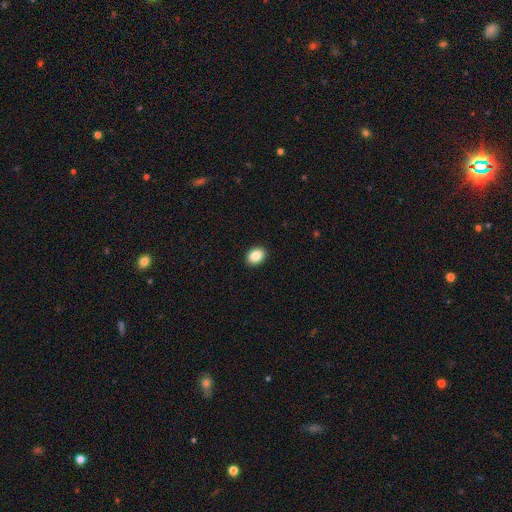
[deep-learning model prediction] A smooth galaxy with no disk features (88%) that is in between round and cigar-shaped (67%).

Vote fractions:
- Smooth or featured? smooth: 88% / star or artifact: 8% / featured or disk: 4%
- How rounded? in between: 67% / round: 32% / cigar-shaped: 1%
- Merging? none: 91% / minor disturbance: 6% / major disturbance: 2% / merger: 1%